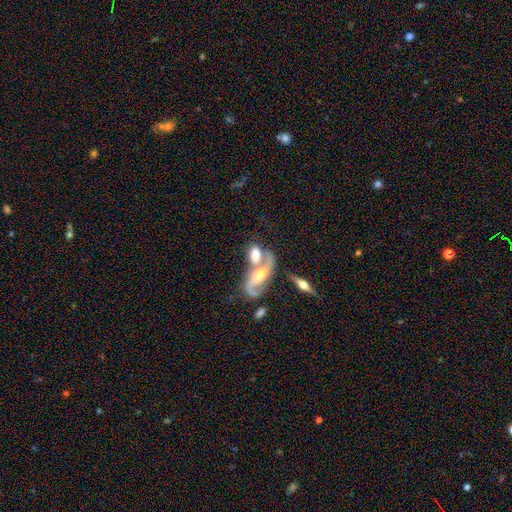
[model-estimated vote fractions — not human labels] A featured or disk galaxy (61%) with no bar (41%), spiral arms (83%) and a moderate central bulge (51%). Merging: merger (58%).